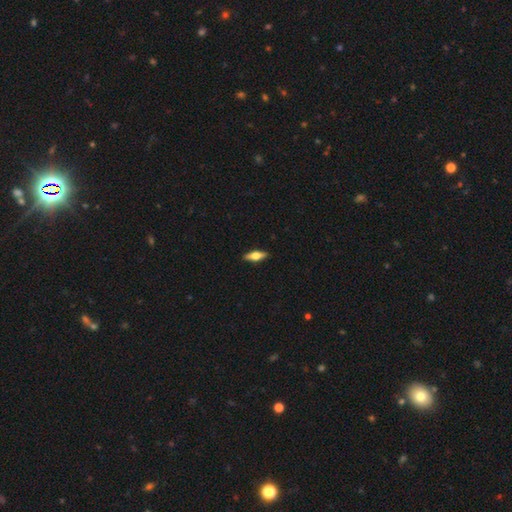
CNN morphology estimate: smooth_or_featured: featured or disk (p=0.47) [tied with: smooth p=0.47]
merging: none (p=0.90) [alt: minor disturbance p=0.07]